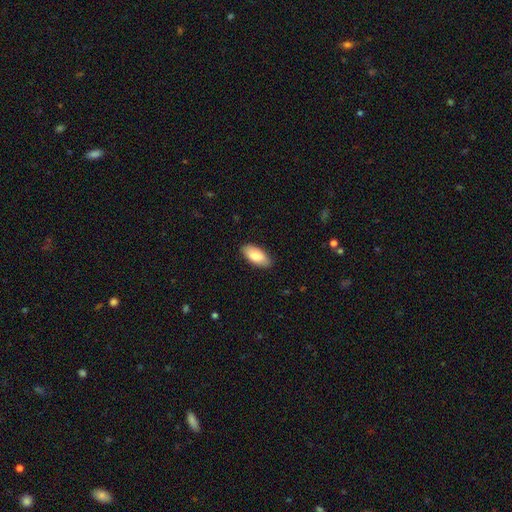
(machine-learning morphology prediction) A smooth galaxy with no disk features (85%) that is in between round and cigar-shaped (90%). Merging: none (87%).